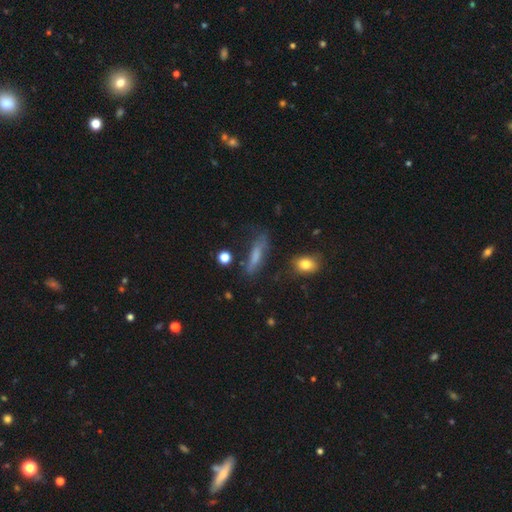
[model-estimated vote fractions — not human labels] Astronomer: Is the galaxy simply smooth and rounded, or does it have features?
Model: smooth — 60%.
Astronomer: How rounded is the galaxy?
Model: cigar-shaped — 71%.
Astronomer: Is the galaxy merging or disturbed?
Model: none — 56%.